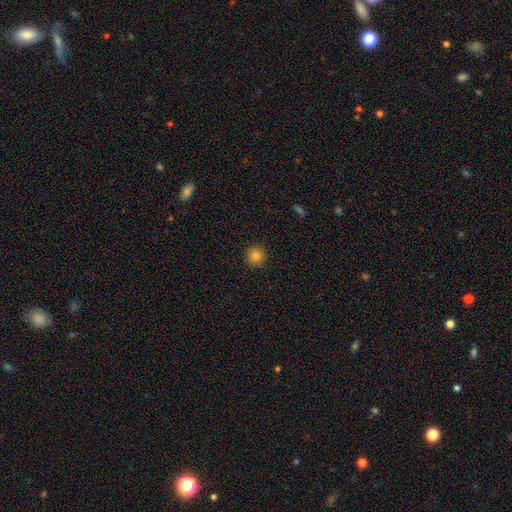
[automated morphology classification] A smooth galaxy with no disk features (84%) that is round (94%). Merging: none (92%).